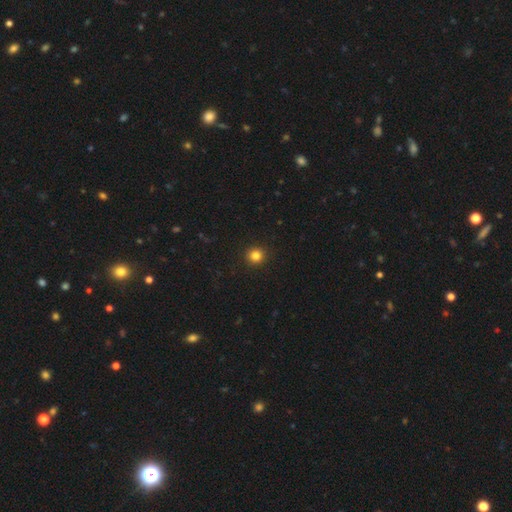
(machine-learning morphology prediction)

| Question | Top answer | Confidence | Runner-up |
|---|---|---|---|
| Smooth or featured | smooth | 83% | star or artifact (12%) |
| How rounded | round | 93% | in between (6%) |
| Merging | none | 93% | minor disturbance (4%) |